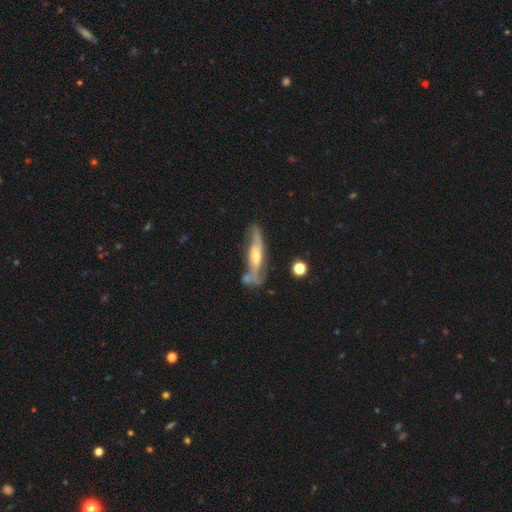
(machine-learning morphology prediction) smooth-or-featured: featured or disk: 71% | smooth: 22% | star or artifact: 7%
  disk-edge-on: yes: 60% | no: 40%
  merging: none: 58% | minor disturbance: 22% | merger: 11% | major disturbance: 9%